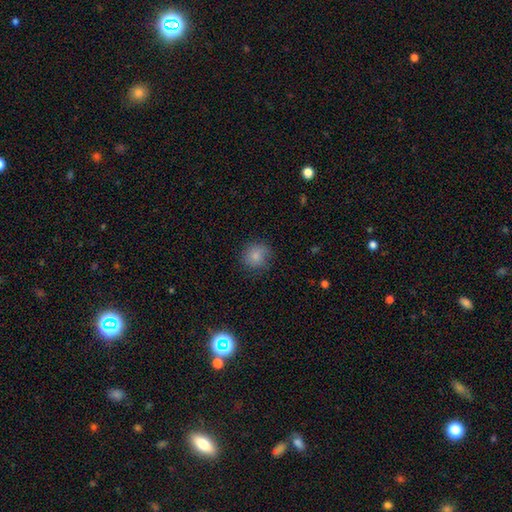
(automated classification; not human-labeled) Overall: smooth (81%). How rounded: round (86%). Merging: none (78%).